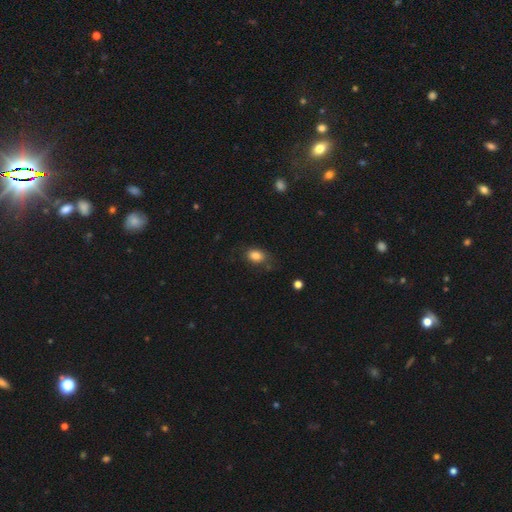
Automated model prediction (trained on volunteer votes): Smooth or featured?
  - smooth: 84% *
  - star or artifact: 10%
  - featured or disk: 7%
How rounded?
  - in between: 78% *
  - round: 20%
  - cigar-shaped: 2%
Merging?
  - none: 70% *
  - minor disturbance: 21%
  - major disturbance: 7%
  - merger: 2%